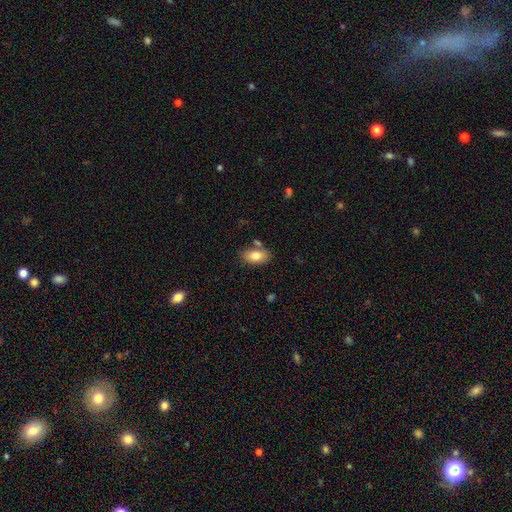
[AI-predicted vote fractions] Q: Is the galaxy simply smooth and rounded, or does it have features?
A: smooth — 81%.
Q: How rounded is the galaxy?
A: in between — 92%.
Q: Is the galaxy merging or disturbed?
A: none — 74%.